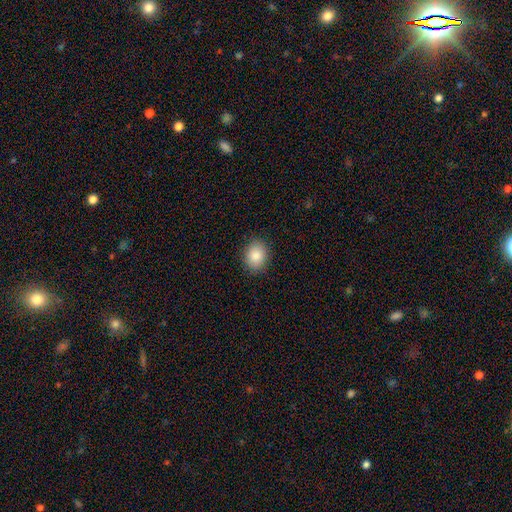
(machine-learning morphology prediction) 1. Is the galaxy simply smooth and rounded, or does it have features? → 86% smooth, 8% star or artifact, 6% featured or disk.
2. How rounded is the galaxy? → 55% in between, 44% round, 1% cigar-shaped.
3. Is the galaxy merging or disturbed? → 89% none, 8% minor disturbance, 2% major disturbance, 1% merger.